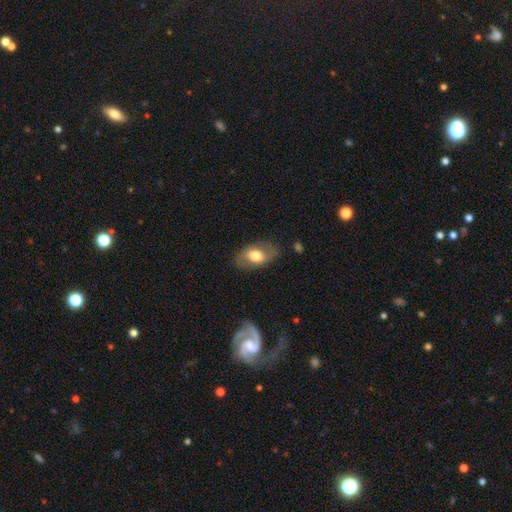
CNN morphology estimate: Smooth or featured? smooth (59%)
How rounded? in between (87%)
Merging? none (77%)